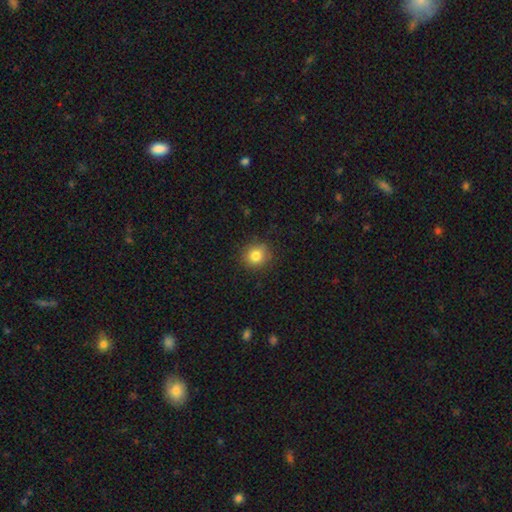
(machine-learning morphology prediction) Q: Smooth or featured?
A: smooth (82%); runner-up: star or artifact (11%)
Q: How rounded?
A: round (87%); runner-up: in between (12%)
Q: Merging?
A: none (87%); runner-up: minor disturbance (10%)